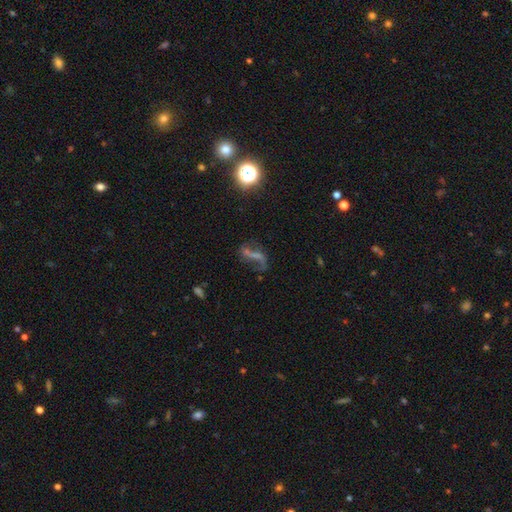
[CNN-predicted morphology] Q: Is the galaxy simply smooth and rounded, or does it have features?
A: featured or disk — 56%.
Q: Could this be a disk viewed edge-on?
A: no — 91%.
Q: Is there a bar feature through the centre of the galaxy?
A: strong — 41%.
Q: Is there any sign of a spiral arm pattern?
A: yes — 74%.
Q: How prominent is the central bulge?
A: none — 68%.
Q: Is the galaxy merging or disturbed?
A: none — 55%.